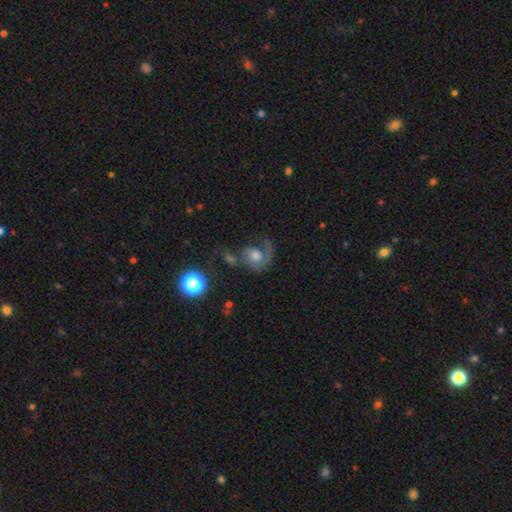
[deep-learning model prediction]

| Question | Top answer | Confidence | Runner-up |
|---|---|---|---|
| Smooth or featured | featured or disk | 56% | smooth (33%) |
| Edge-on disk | no | 97% | yes (3%) |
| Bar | no | 76% | weak (20%) |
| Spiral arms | yes | 80% | no (20%) |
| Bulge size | moderate | 52% | large (22%) |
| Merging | major disturbance | 40% | none (30%) |